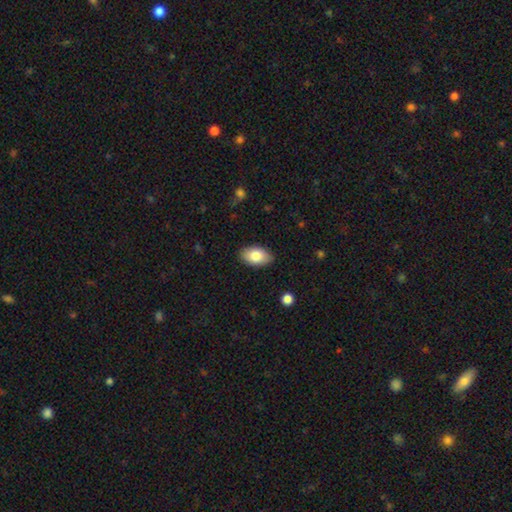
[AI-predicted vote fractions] smooth_or_featured: smooth (p=0.82) [alt: featured or disk p=0.11]
how_rounded: in between (p=0.93) [alt: round p=0.06]
merging: none (p=0.86) [alt: minor disturbance p=0.11]